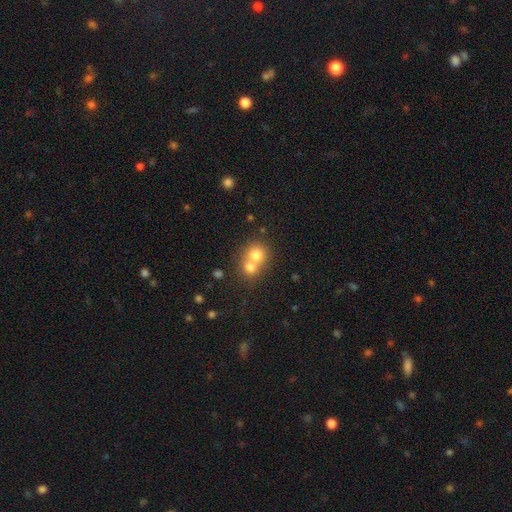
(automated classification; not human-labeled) Smooth or featured?
  - smooth: 73% *
  - featured or disk: 16%
  - star or artifact: 11%
How rounded?
  - round: 81% *
  - in between: 18%
  - cigar-shaped: 1%
Merging?
  - merger: 63% *
  - none: 31%
  - minor disturbance: 5%
  - major disturbance: 2%